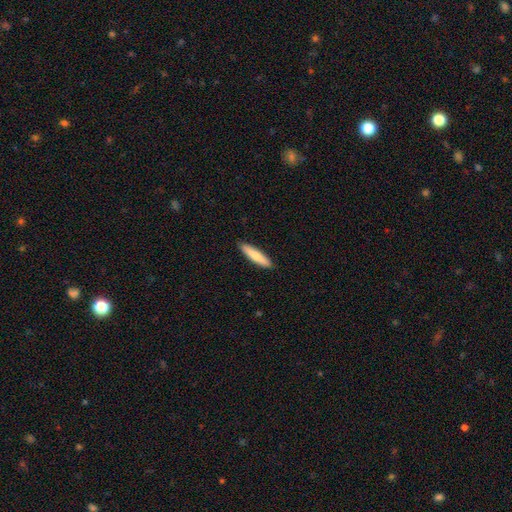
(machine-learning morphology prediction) Q: Smooth or featured?
A: smooth (77%); runner-up: featured or disk (18%)
Q: How rounded?
A: cigar-shaped (83%); runner-up: in between (15%)
Q: Merging?
A: none (91%); runner-up: minor disturbance (7%)